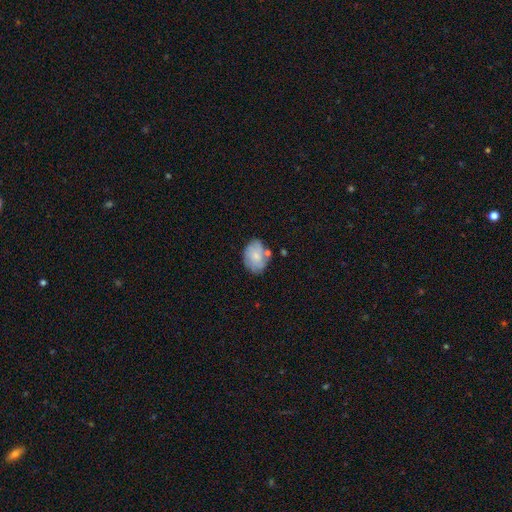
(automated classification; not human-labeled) The model was most divided on "smooth or featured": smooth: 64%, featured or disk: 29%, star or artifact: 7%. More confident: how rounded — in between (70%); merging — none (62%).